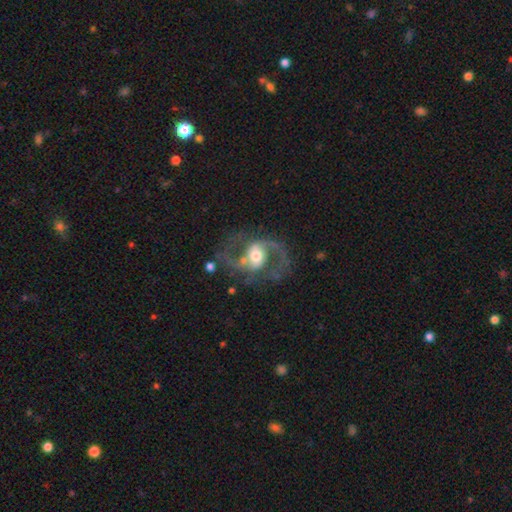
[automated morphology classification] Q: Smooth or featured?
A: featured or disk (89%); runner-up: smooth (6%)
Q: Edge-on disk?
A: no (98%); runner-up: yes (2%)
Q: Bar?
A: weak (41%); runner-up: no (35%)
Q: Spiral arms?
A: yes (95%); runner-up: no (5%)
Q: Spiral winding?
A: medium (54%); runner-up: loose (36%)
Q: Spiral arm count?
A: 2 (93%); runner-up: can't tell (2%)
Q: Bulge size?
A: moderate (64%); runner-up: large (19%)
Q: Merging?
A: none (71%); runner-up: minor disturbance (14%)